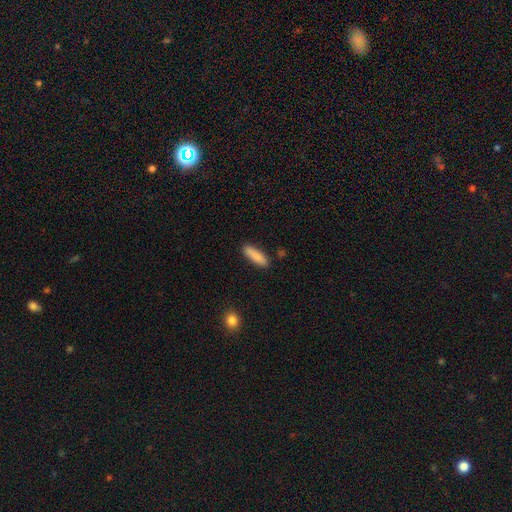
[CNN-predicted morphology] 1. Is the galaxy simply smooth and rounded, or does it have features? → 88% smooth, 7% featured or disk, 6% star or artifact.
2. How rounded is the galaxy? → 60% cigar-shaped, 39% in between, 2% round.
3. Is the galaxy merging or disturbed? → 86% none, 10% minor disturbance, 2% merger, 2% major disturbance.